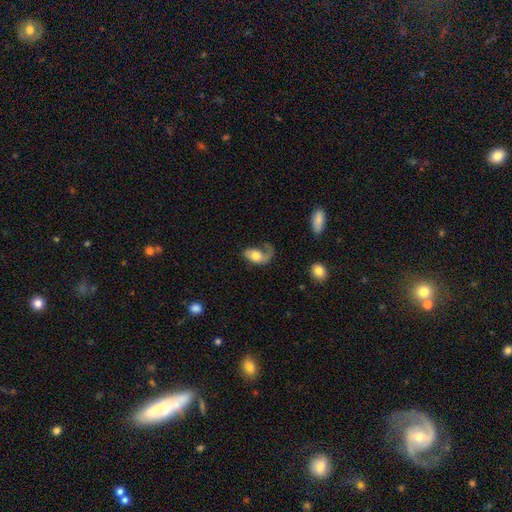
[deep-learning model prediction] Smooth or featured? featured or disk (53%)
Edge-on disk? no (95%)
Bar? no (73%)
Spiral arms? yes (80%)
Bulge size? moderate (52%)
Merging? major disturbance (45%)